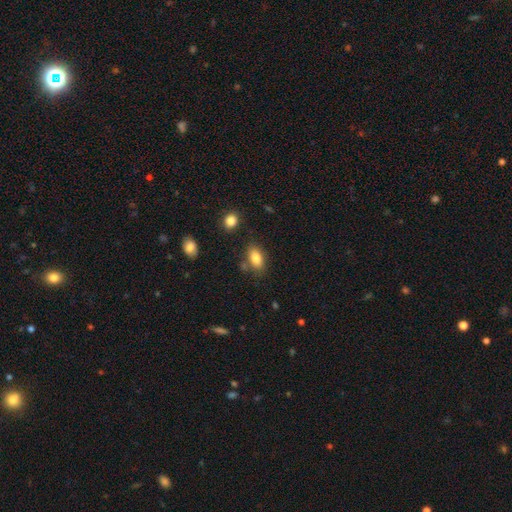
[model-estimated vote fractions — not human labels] Smooth or featured?
  - smooth: 84% *
  - star or artifact: 8%
  - featured or disk: 8%
How rounded?
  - in between: 90% *
  - round: 6%
  - cigar-shaped: 4%
Merging?
  - none: 75% *
  - minor disturbance: 14%
  - merger: 7%
  - major disturbance: 4%